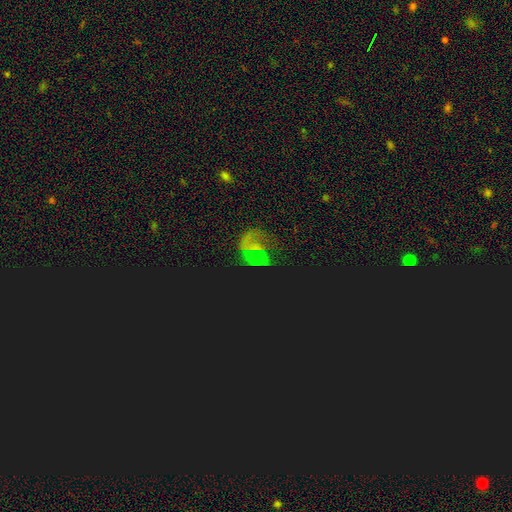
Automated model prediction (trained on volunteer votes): Overall: star or artifact (53%; featured or disk 26%).